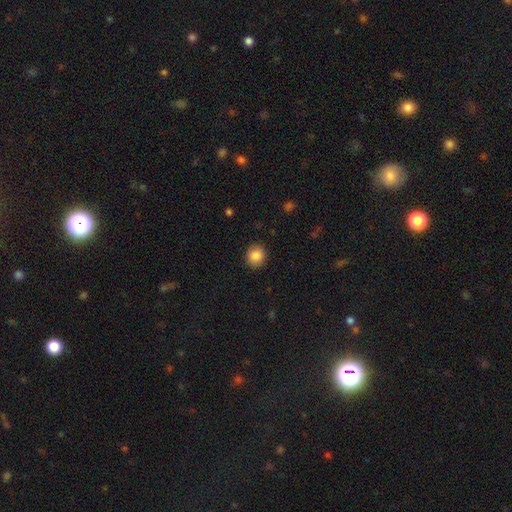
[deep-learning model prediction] A smooth galaxy with no disk features (88%) that is round (85%). Merging: none (90%).